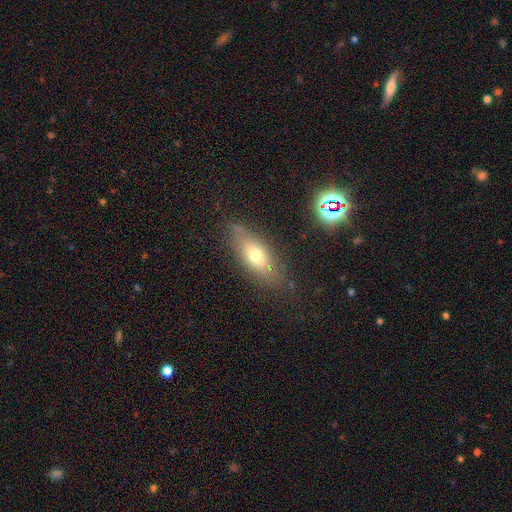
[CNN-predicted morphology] Smooth or featured: smooth — 64% (featured or disk — 26%)
How rounded: in between — 65% (cigar-shaped — 30%)
Merging: none — 77% (minor disturbance — 15%)